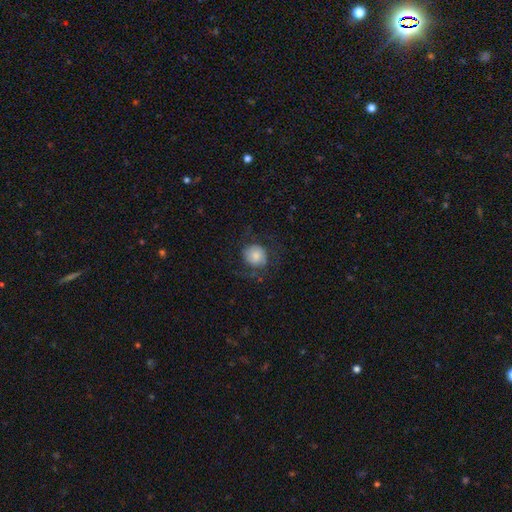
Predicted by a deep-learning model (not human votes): smooth-or-featured: smooth: 65% | featured or disk: 26% | star or artifact: 8%
  how-rounded: round: 83% | in between: 16% | cigar-shaped: 1%
  merging: none: 64% | major disturbance: 18% | minor disturbance: 17% | merger: 1%